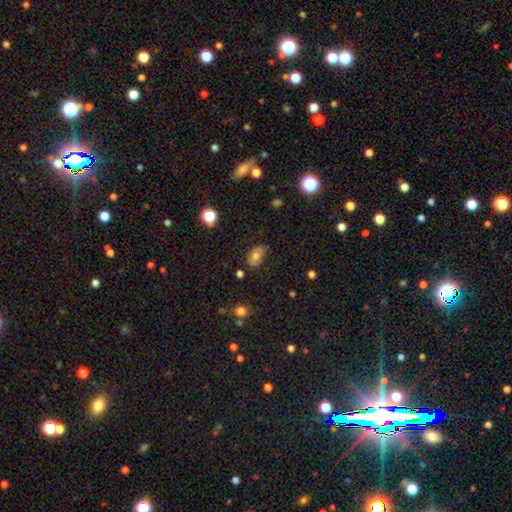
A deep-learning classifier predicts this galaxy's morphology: A smooth galaxy with no disk features (65%) that is in between round and cigar-shaped (87%). Merging: none (58%).